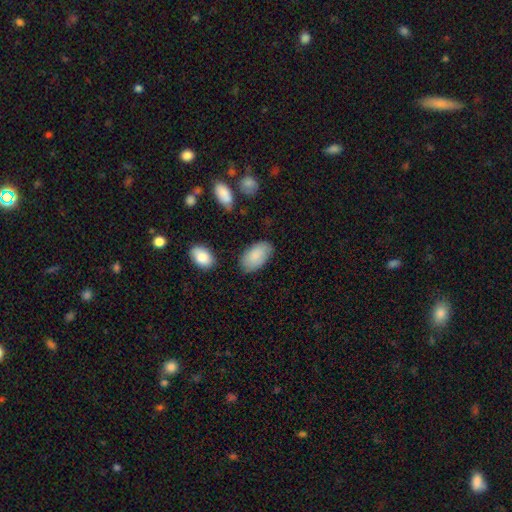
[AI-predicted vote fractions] Overall: smooth (85%). How rounded: in between (95%). Merging: none (79%).